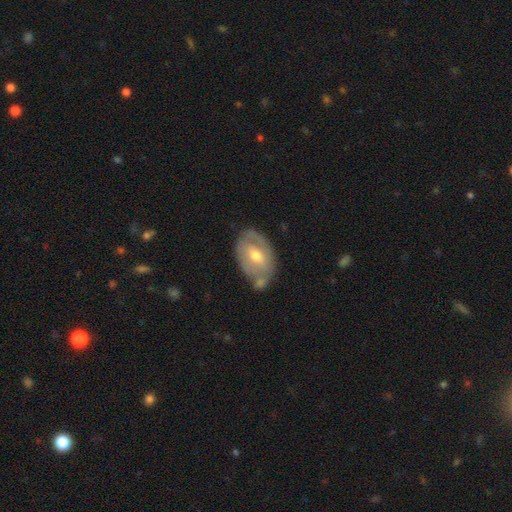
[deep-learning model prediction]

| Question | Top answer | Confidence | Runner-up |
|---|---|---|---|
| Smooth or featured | featured or disk | 56% | smooth (37%) |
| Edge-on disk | no | 92% | yes (8%) |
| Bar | weak | 43% | no (39%) |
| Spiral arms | no | 60% | yes (40%) |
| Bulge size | moderate | 67% | small (27%) |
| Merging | none | 54% | minor disturbance (23%) |